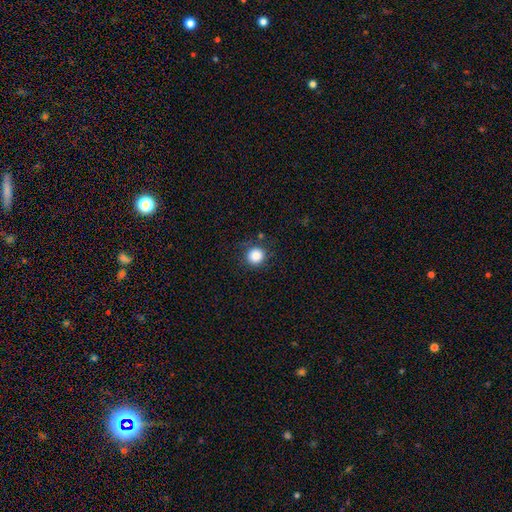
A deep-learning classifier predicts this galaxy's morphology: smooth 85%, star or artifact 11%, featured or disk 4%. Down the decision tree: how rounded — round (93%); merging — none (85%).